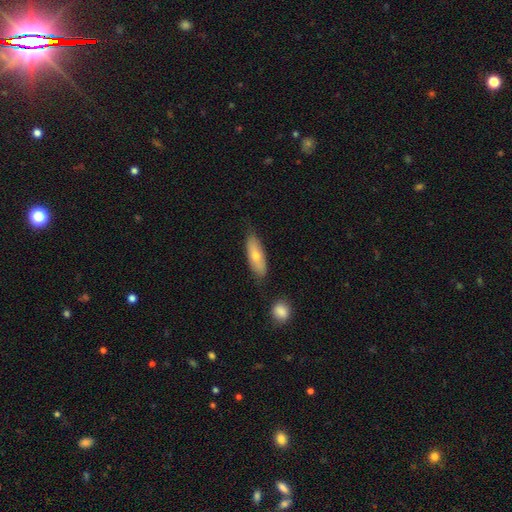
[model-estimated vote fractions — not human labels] smooth-or-featured: smooth: 66% | featured or disk: 27% | star or artifact: 6%
  how-rounded: in between: 63% | cigar-shaped: 34% | round: 3%
  merging: none: 75% | minor disturbance: 18% | merger: 4% | major disturbance: 3%